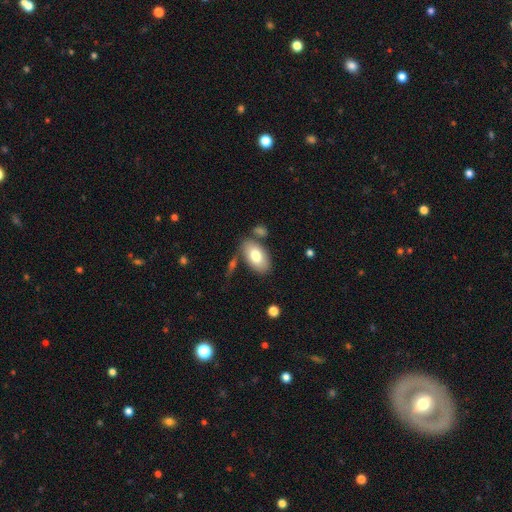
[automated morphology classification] smooth_or_featured: smooth (p=0.76) [alt: featured or disk p=0.17]
how_rounded: in between (p=0.93) [alt: round p=0.05]
merging: none (p=0.72) [alt: minor disturbance p=0.14]